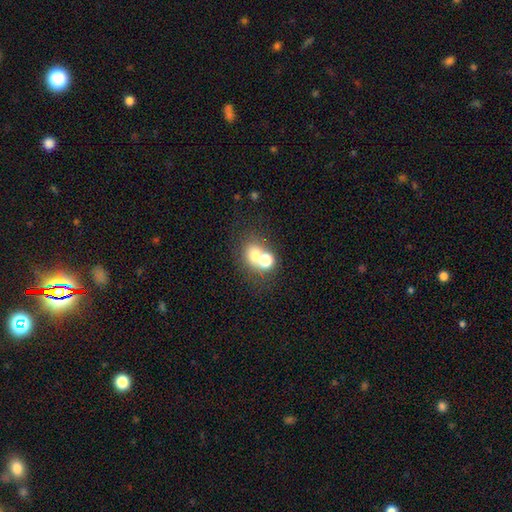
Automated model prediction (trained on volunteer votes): The model was most divided on "merging": merger: 53%, none: 36%, minor disturbance: 7%, major disturbance: 4%. More confident: how rounded — round (68%); smooth or featured — smooth (67%).